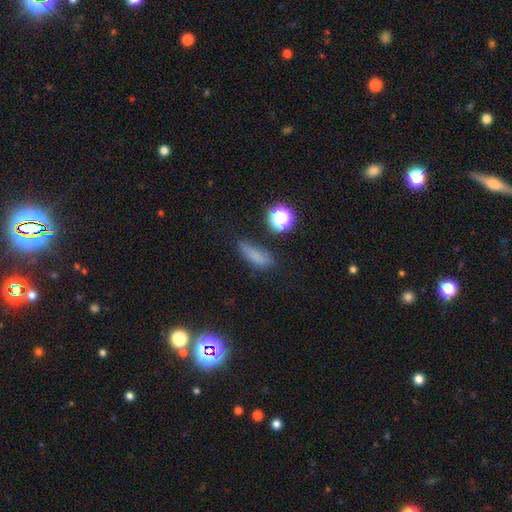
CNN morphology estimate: type=smooth (70%); roundness=in between (48%); merging=none (57%).